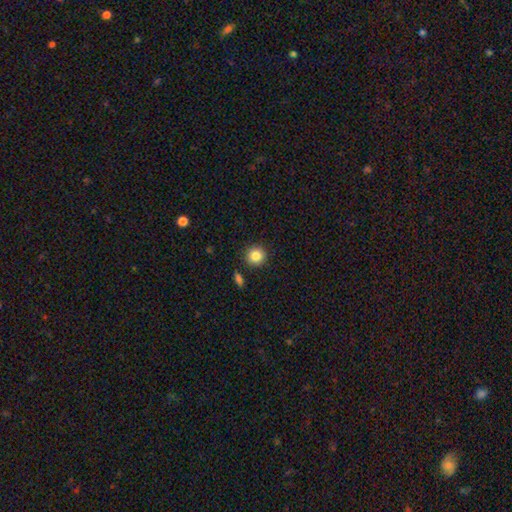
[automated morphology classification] Overall: smooth (85%). How rounded: round (93%). Merging: none (89%).